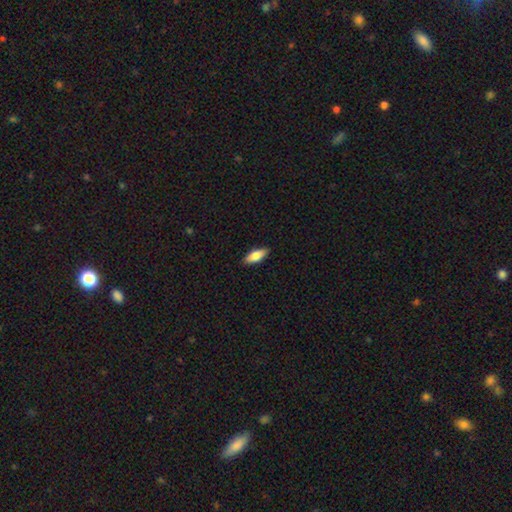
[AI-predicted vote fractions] Morphology: type=smooth (78%); roundness=in between (74%); merging=none (89%).